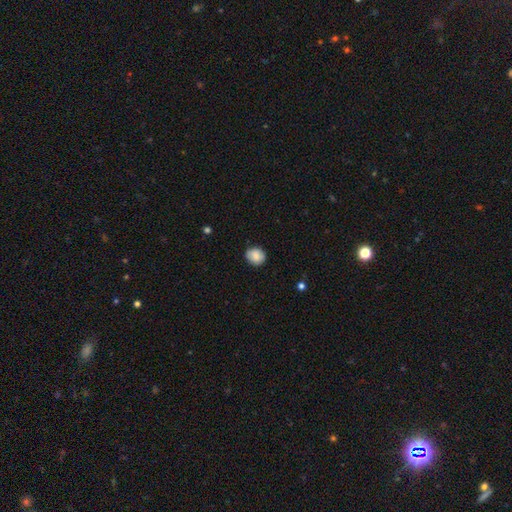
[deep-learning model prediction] The model was most divided on "how rounded": round: 73%, in between: 26%, cigar-shaped: 1%. More confident: merging — none (83%); smooth or featured — smooth (81%).